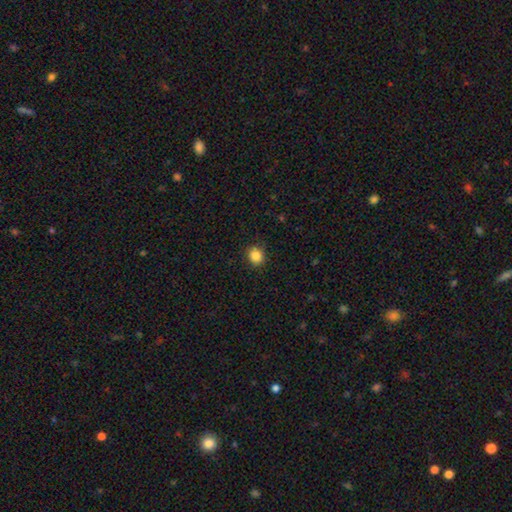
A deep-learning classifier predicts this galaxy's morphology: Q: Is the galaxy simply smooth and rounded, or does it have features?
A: smooth — 86%.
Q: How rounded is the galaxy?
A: round — 76%.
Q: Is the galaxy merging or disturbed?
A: none — 87%.